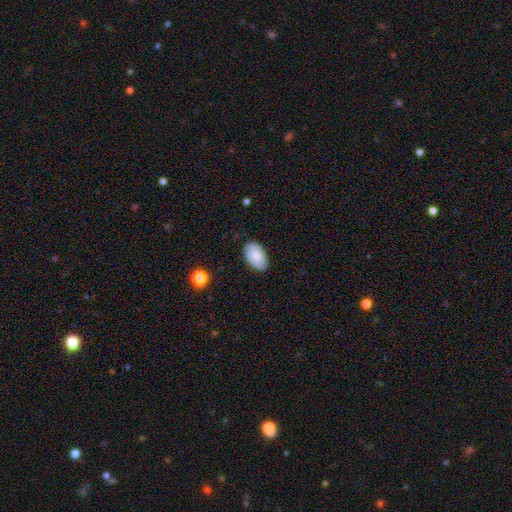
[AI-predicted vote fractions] Smooth or featured?
  - smooth: 79% *
  - featured or disk: 14%
  - star or artifact: 7%
How rounded?
  - in between: 94% *
  - round: 5%
  - cigar-shaped: 1%
Merging?
  - none: 81% *
  - minor disturbance: 15%
  - major disturbance: 3%
  - merger: 1%